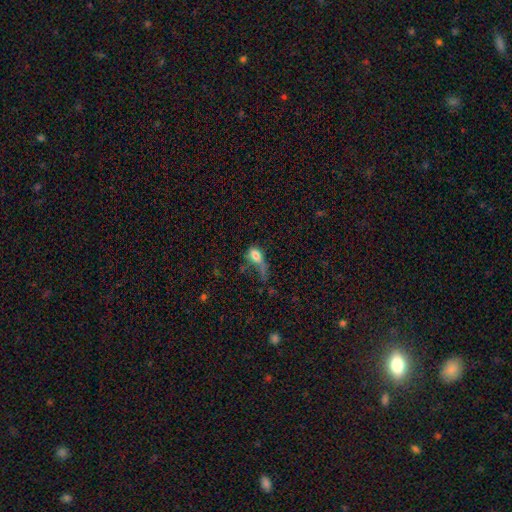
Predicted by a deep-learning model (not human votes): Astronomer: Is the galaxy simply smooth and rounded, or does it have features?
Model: smooth — 70%.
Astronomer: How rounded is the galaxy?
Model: in between — 76%.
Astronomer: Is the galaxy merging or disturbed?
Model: major disturbance — 53%.